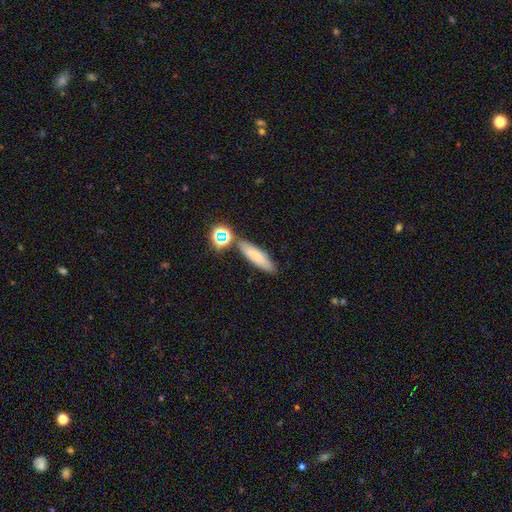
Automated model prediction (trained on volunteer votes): Q: Smooth or featured?
A: smooth (71%); runner-up: featured or disk (18%)
Q: How rounded?
A: cigar-shaped (62%); runner-up: in between (34%)
Q: Merging?
A: none (76%); runner-up: minor disturbance (12%)